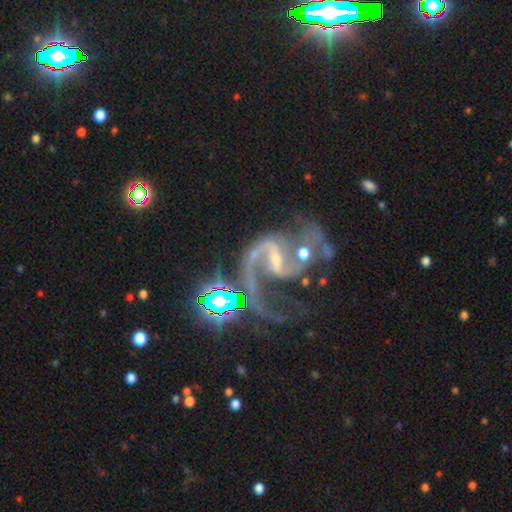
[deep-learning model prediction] A featured or disk galaxy (88%) with a weak bar (42%), 2 (81%) medium (46%) spiral arms (96%) and a small central bulge (70%). Merging: major disturbance (33%).